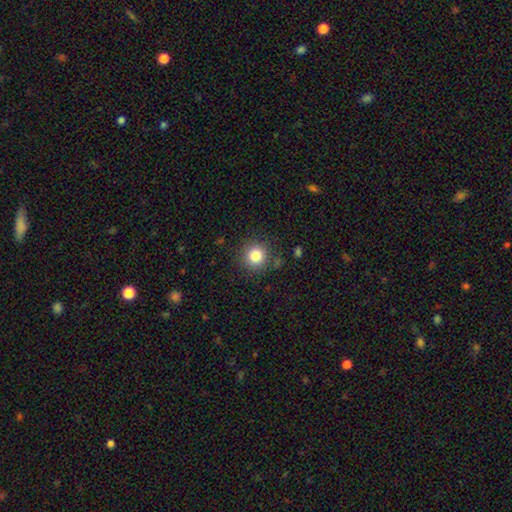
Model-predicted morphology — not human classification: Overall: smooth (83%). How rounded: round (93%). Merging: none (87%).